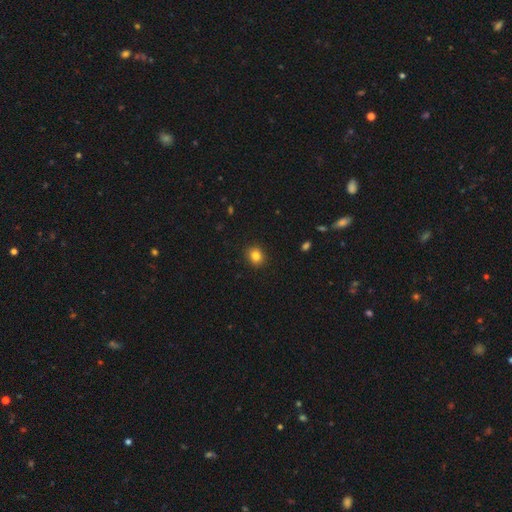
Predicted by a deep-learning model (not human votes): The model was most divided on "how rounded": round: 69%, in between: 30%, cigar-shaped: 1%. More confident: merging — none (91%); smooth or featured — smooth (83%).